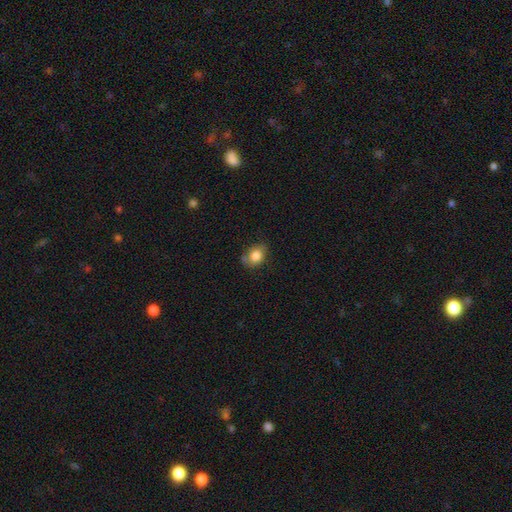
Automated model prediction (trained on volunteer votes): smooth 82%, featured or disk 10%, star or artifact 9%. Down the decision tree: how rounded — in between (59%); merging — none (63%).